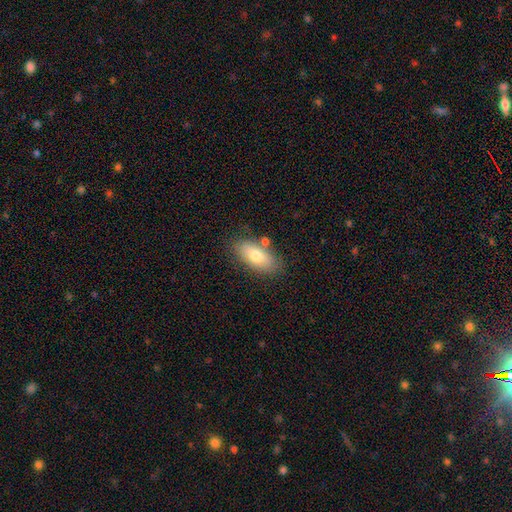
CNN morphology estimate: Smooth or featured: smooth — 74% (featured or disk — 18%)
How rounded: in between — 88% (cigar-shaped — 8%)
Merging: none — 78% (minor disturbance — 13%)